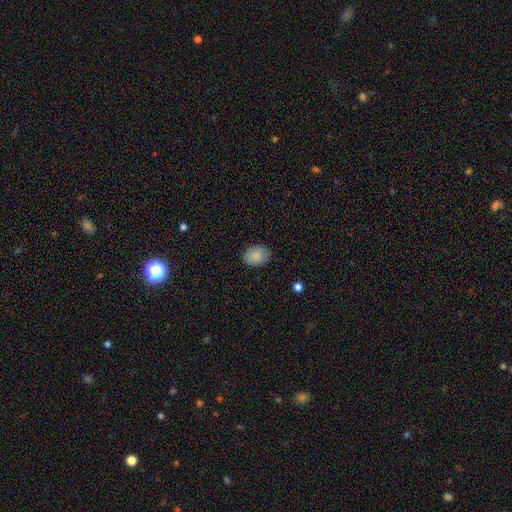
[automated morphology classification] The model was most divided on "how rounded": in between: 72%, round: 27%, cigar-shaped: 1%. More confident: smooth or featured — smooth (86%); merging — none (85%).